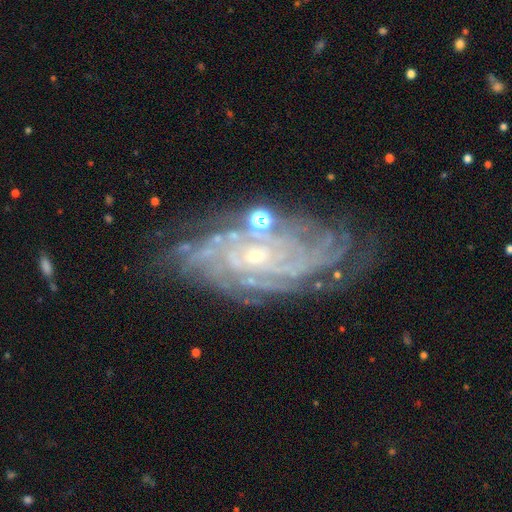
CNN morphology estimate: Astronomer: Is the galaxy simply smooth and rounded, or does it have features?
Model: featured or disk — 87%.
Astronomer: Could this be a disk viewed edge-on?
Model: no — 95%.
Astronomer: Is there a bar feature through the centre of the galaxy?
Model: no — 64%.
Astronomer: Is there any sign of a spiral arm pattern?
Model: yes — 97%.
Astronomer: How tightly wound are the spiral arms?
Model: tight — 77%.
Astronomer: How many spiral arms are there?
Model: more than 4 — 28%, tied with can't tell at 28%.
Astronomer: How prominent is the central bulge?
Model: small — 80%.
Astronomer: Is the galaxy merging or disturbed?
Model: none — 71%.